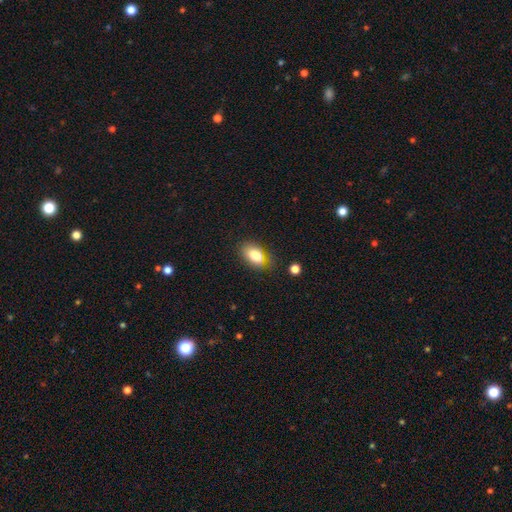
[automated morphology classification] A smooth galaxy with no disk features (80%) that is in between round and cigar-shaped (88%).

Vote fractions:
- Smooth or featured? smooth: 80% / featured or disk: 10% / star or artifact: 9%
- How rounded? in between: 88% / round: 10% / cigar-shaped: 2%
- Merging? none: 71% / minor disturbance: 20% / major disturbance: 5% / merger: 3%